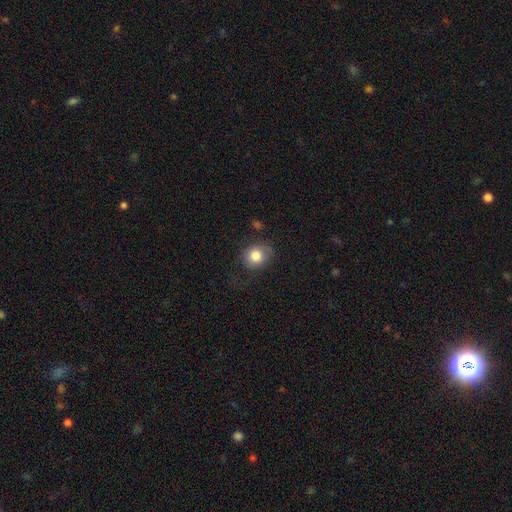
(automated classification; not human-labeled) Q: Smooth or featured?
A: smooth (82%); runner-up: star or artifact (10%)
Q: How rounded?
A: round (75%); runner-up: in between (24%)
Q: Merging?
A: none (71%); runner-up: minor disturbance (19%)